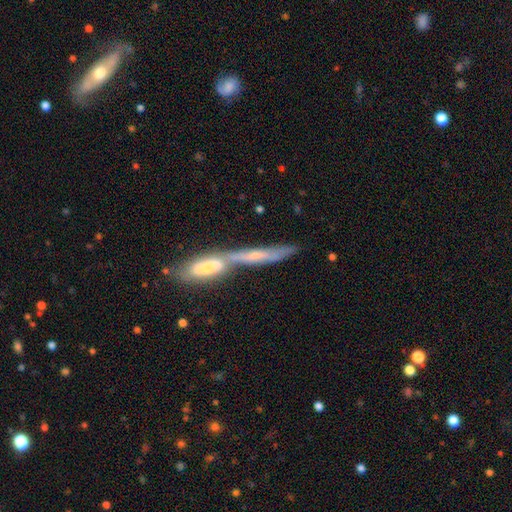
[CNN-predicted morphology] A featured or disk galaxy (48%). Merging: merger (61%).